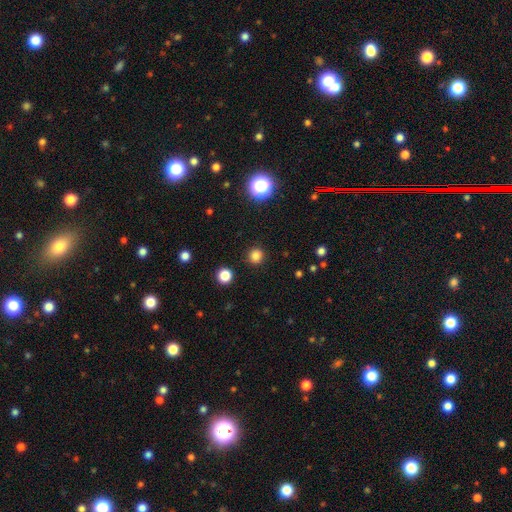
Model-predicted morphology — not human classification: A smooth galaxy with no disk features (82%) that is round (93%).

Vote fractions:
- Smooth or featured? smooth: 82% / star or artifact: 14% / featured or disk: 4%
- How rounded? round: 93% / in between: 6% / cigar-shaped: 1%
- Merging? none: 91% / minor disturbance: 5% / major disturbance: 2% / merger: 1%